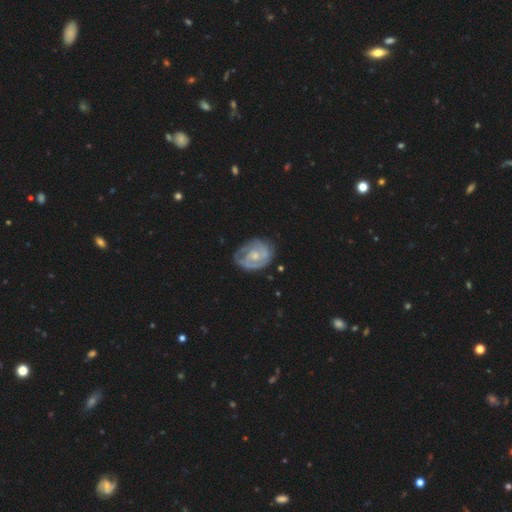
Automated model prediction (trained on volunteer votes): Smooth or featured? featured or disk (82%)
Edge-on disk? no (98%)
Bar? no (65%)
Spiral arms? yes (92%)
Spiral winding? tight (65%)
Spiral arm count? 2 (57%)
Bulge size? small (46%, tied with moderate)
Merging? none (69%)